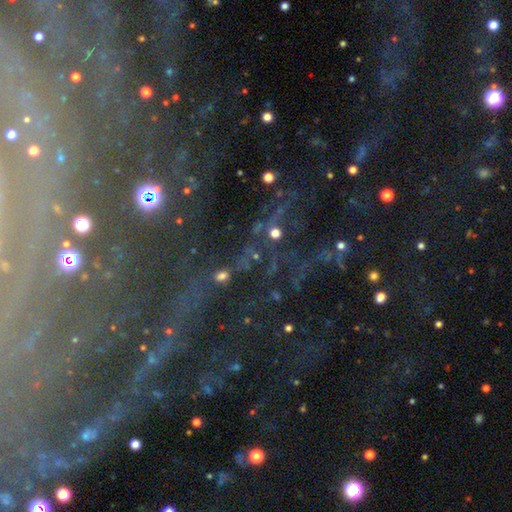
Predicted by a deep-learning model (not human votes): star or artifact 69%, smooth 17%, featured or disk 14%.